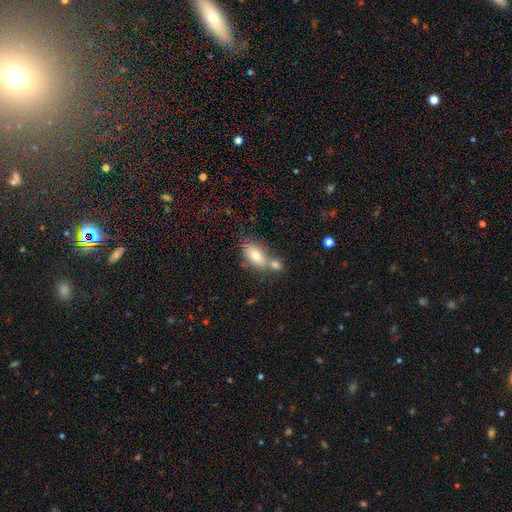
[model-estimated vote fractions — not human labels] Smooth or featured?
  - smooth: 76% *
  - featured or disk: 16%
  - star or artifact: 8%
How rounded?
  - in between: 88% *
  - round: 7%
  - cigar-shaped: 5%
Merging?
  - none: 44% *
  - merger: 40%
  - minor disturbance: 12%
  - major disturbance: 4%